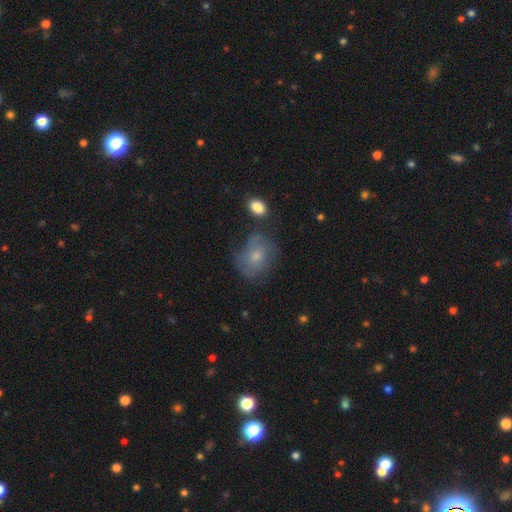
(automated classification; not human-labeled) Overall: smooth (52%; featured or disk 37%). How rounded: in between (52%; round 46%). Merging: none (54%; minor disturbance 28%).